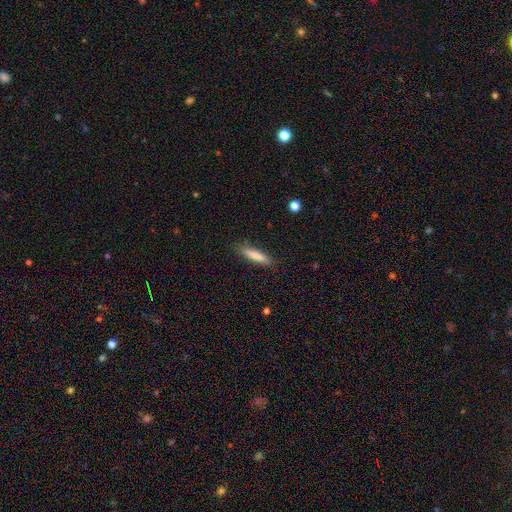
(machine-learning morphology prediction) A smooth galaxy with no disk features (81%) that is cigar-shaped (83%).

Vote fractions:
- Smooth or featured? smooth: 81% / featured or disk: 13% / star or artifact: 6%
- How rounded? cigar-shaped: 83% / in between: 16% / round: 1%
- Merging? none: 86% / minor disturbance: 10% / major disturbance: 2% / merger: 1%